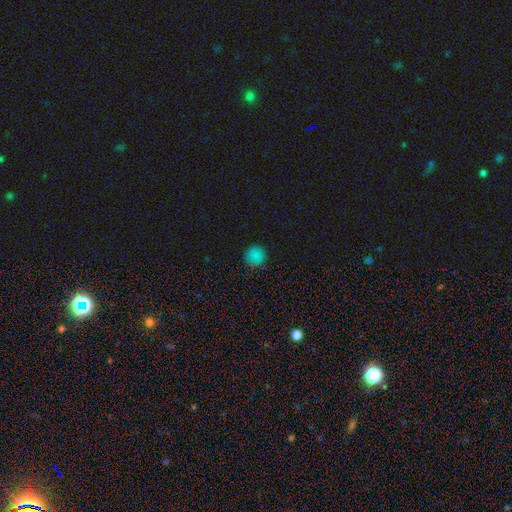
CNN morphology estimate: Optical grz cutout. It shows a smooth galaxy with no disk features (79%) that is round (93%). Merging: none (85%).